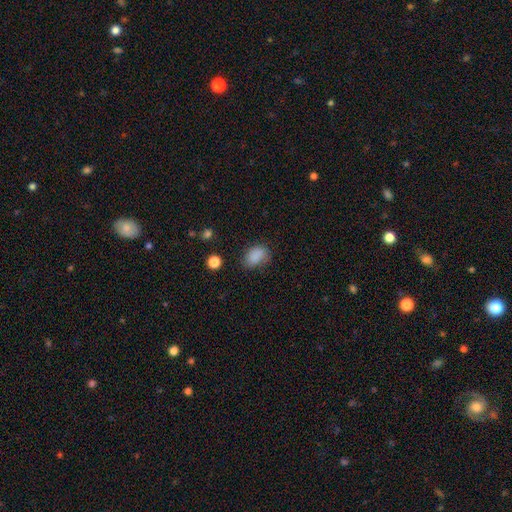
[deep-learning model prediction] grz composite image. It shows a smooth galaxy with no disk features (84%) that is in between round and cigar-shaped (81%). Merging: none (65%).